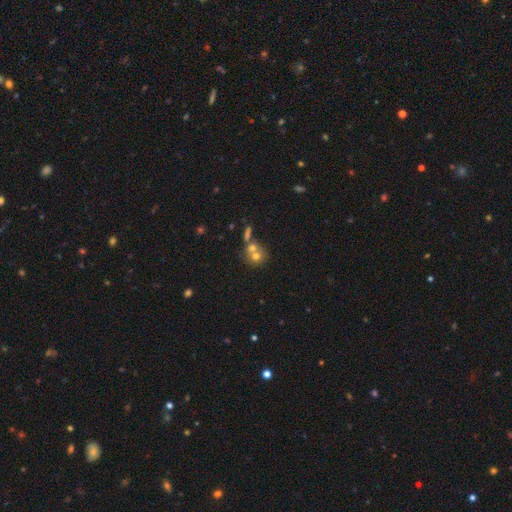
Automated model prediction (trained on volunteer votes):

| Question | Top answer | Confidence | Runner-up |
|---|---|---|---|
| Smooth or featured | smooth | 63% | featured or disk (24%) |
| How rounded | round | 80% | in between (19%) |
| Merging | merger | 53% | none (35%) |